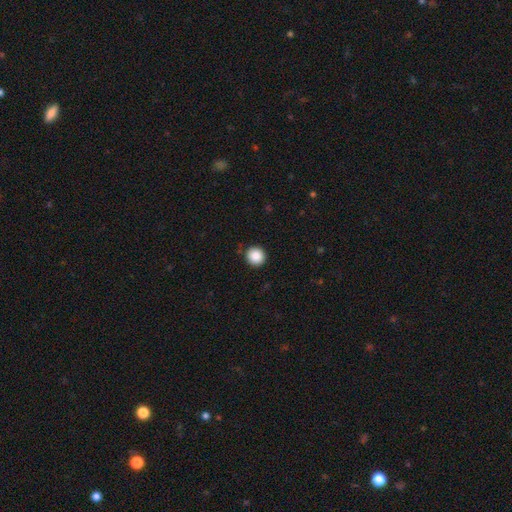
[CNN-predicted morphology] This is clearly a smooth galaxy (88%). How rounded: clearly round (94%). Merging: clearly none (90%).